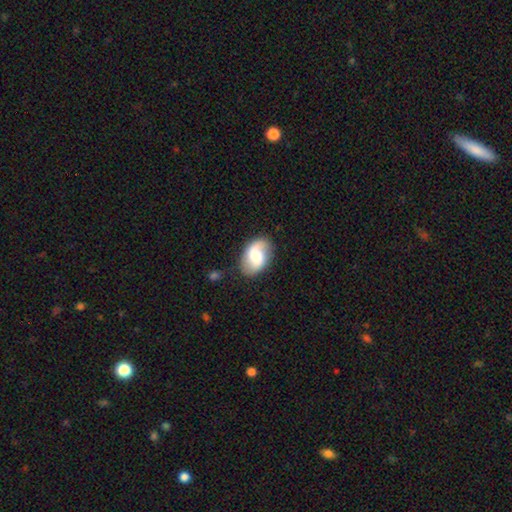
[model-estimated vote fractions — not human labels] smooth-or-featured: featured or disk: 54% | smooth: 39% | star or artifact: 7%
  disk-edge-on: no: 97% | yes: 3%
    bar: weak: 47% | no: 34% | strong: 19%
    has-spiral-arms: yes: 87% | no: 13%
    bulge-size: moderate: 36% | large: 34% | small: 14% | none: 8% | dominant: 8%
  merging: none: 75% | minor disturbance: 17% | major disturbance: 6% | merger: 2%